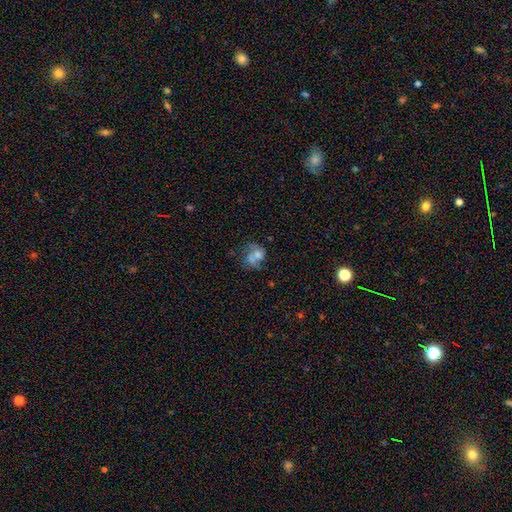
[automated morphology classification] Smooth or featured? smooth (53%)
How rounded? round (56%)
Merging? merger (36%)